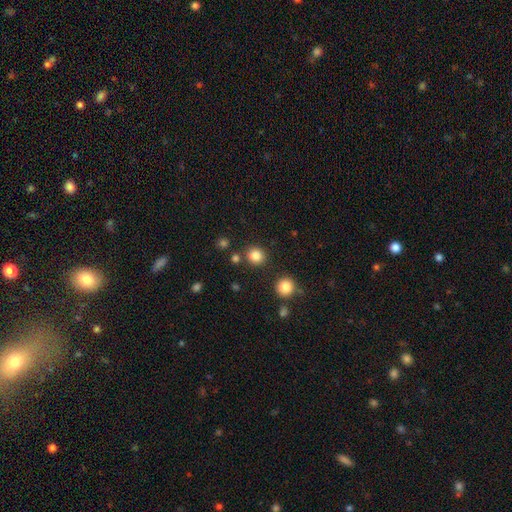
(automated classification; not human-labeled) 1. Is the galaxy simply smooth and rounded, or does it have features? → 84% smooth, 12% star or artifact, 4% featured or disk.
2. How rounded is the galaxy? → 88% round, 11% in between, 1% cigar-shaped.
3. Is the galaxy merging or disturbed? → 85% none, 7% minor disturbance, 5% merger, 3% major disturbance.